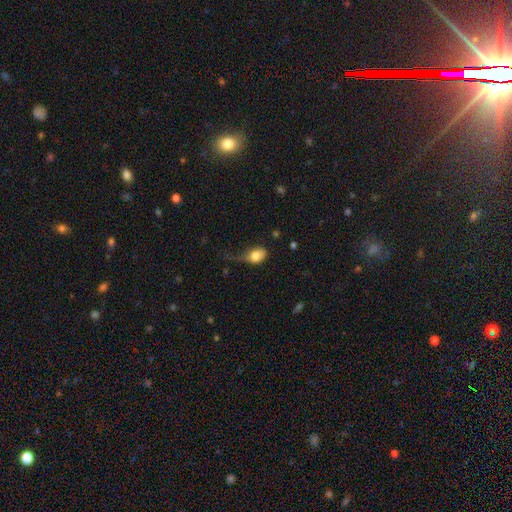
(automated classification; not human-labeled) A smooth galaxy with no disk features (78%) that is in between round and cigar-shaped (72%).

Vote fractions:
- Smooth or featured? smooth: 78% / featured or disk: 14% / star or artifact: 8%
- How rounded? in between: 72% / round: 26% / cigar-shaped: 2%
- Merging? major disturbance: 40% / minor disturbance: 32% / none: 24% / merger: 4%